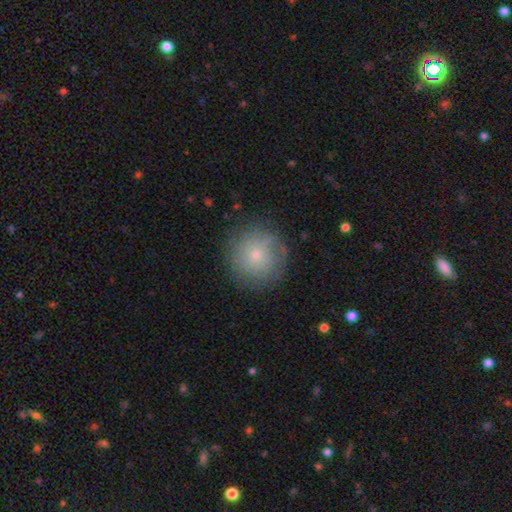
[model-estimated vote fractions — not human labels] Smooth or featured? Predicted: smooth (p=0.67). How rounded? Predicted: round (p=0.93). Merging? Predicted: none (p=0.81).